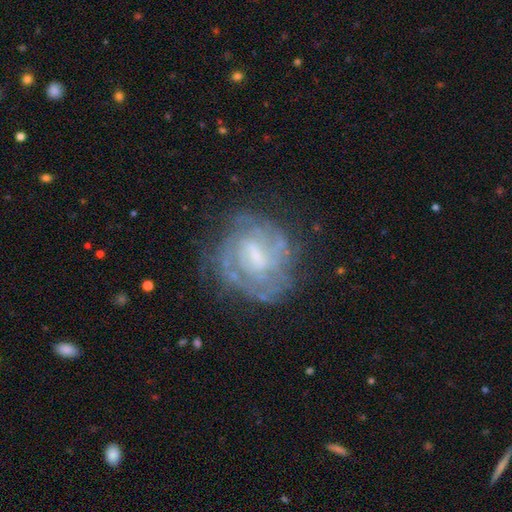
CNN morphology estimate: featured or disk 79%, smooth 14%, star or artifact 7%. Down the decision tree: edge-on disk — no (97%); bar — weak (56%); spiral arms — yes (83%); spiral arm count — can't tell (50%); spiral winding — tight (62%); bulge size — small (44%); merging — none (66%).